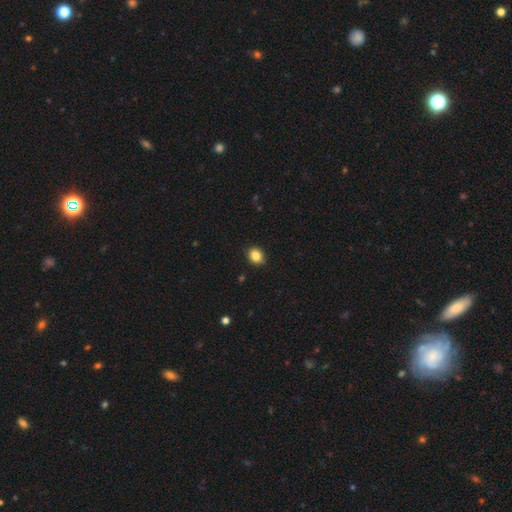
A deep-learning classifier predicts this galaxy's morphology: Smooth or featured? smooth (86%)
How rounded? round (57%)
Merging? none (87%)